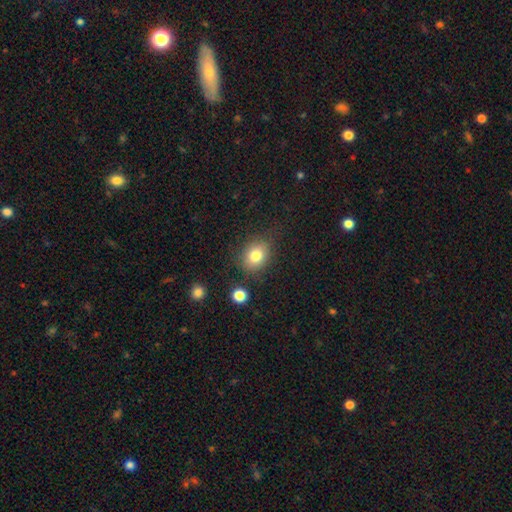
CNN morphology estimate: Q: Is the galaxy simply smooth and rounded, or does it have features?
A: smooth — 80%.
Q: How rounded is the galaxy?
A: round — 52%.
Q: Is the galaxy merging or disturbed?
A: none — 77%.